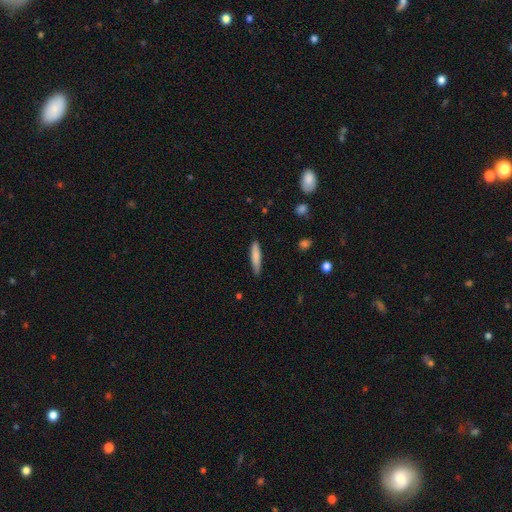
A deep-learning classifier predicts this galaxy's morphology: Smooth or featured?
  - smooth: 79% *
  - featured or disk: 15%
  - star or artifact: 6%
How rounded?
  - cigar-shaped: 87% *
  - in between: 12%
  - round: 1%
Merging?
  - none: 80% *
  - minor disturbance: 16%
  - major disturbance: 2%
  - merger: 1%